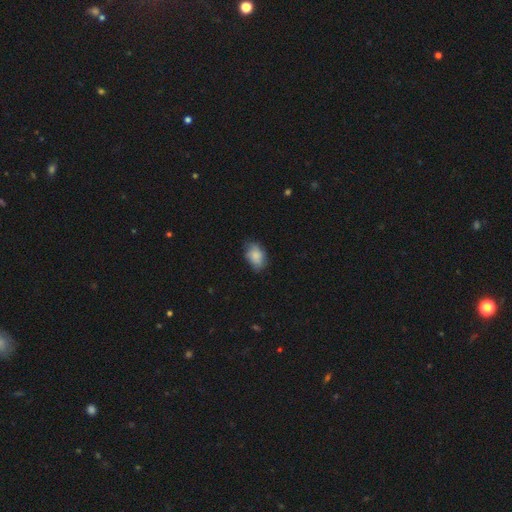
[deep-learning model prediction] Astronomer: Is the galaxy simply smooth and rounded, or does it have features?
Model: smooth — 77%.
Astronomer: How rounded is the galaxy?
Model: in between — 85%.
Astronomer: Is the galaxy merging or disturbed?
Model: none — 63%.